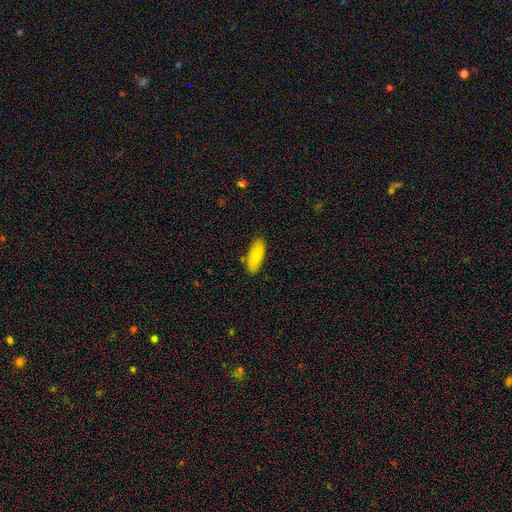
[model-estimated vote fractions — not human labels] The model was most divided on "how rounded": in between: 76%, cigar-shaped: 22%, round: 2%. More confident: merging — none (85%); smooth or featured — smooth (84%).